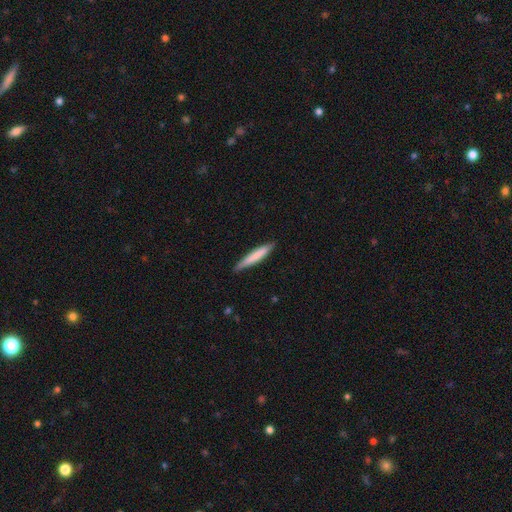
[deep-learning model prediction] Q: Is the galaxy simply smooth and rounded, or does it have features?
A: smooth — 74%.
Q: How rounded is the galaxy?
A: cigar-shaped — 93%.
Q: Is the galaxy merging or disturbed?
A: none — 84%.